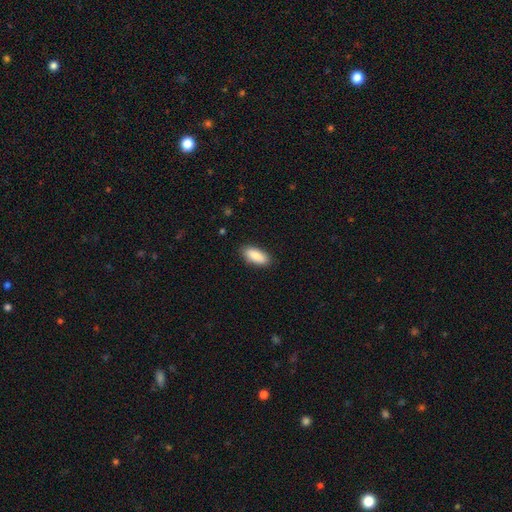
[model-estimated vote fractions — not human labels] smooth_or_featured: smooth (p=0.89) [alt: star or artifact p=0.06]
how_rounded: in between (p=0.83) [alt: cigar-shaped p=0.15]
merging: none (p=0.88) [alt: minor disturbance p=0.09]